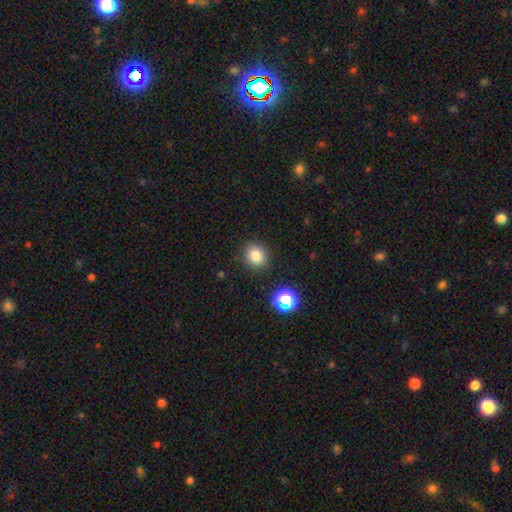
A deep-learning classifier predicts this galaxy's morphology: Smooth or featured? Predicted: smooth (p=0.81). How rounded? Predicted: round (p=0.77). Merging? Predicted: none (p=0.87).